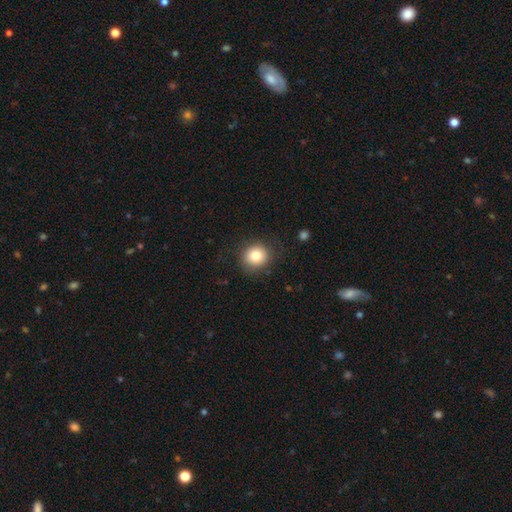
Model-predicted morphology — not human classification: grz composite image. It shows a smooth galaxy with no disk features (82%) that is round (87%). Merging: none (86%).